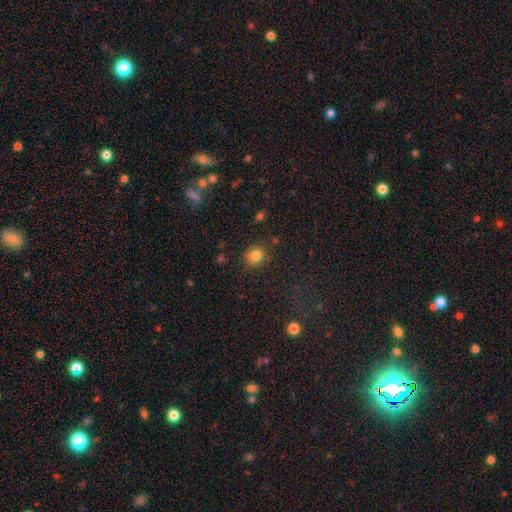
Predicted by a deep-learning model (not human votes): The model was most divided on "how rounded": round: 79%, in between: 20%, cigar-shaped: 1%. More confident: merging — none (84%); smooth or featured — smooth (82%).